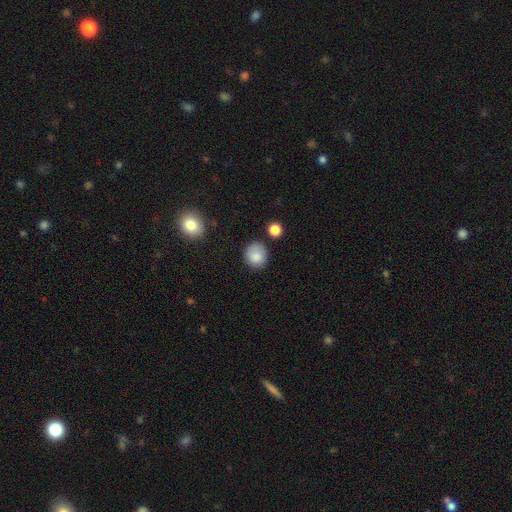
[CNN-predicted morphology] Smooth or featured? smooth (85%)
How rounded? round (80%)
Merging? none (76%)